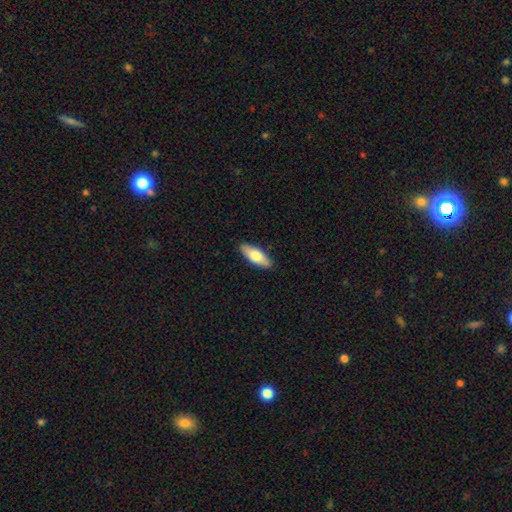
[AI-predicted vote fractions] Overall: smooth (73%). How rounded: in between (72%). Merging: none (89%).